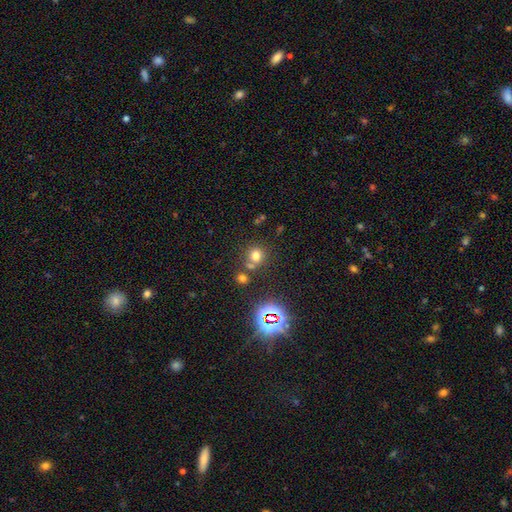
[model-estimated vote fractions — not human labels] This is likely a smooth galaxy (68%). How rounded: clearly round (85%). Merging: likely none (63%).